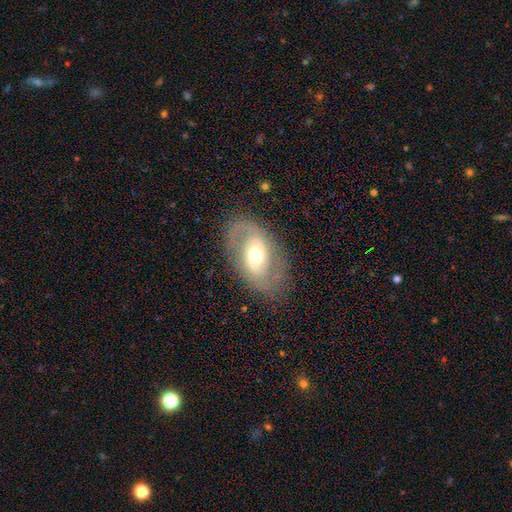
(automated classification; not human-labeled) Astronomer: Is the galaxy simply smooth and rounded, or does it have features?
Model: featured or disk — 70%.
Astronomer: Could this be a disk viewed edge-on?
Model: no — 94%.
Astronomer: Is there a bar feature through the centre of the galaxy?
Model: no — 47% (runner-up: weak, 37%).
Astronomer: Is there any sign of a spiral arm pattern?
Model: yes — 70%.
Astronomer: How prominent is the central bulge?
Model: moderate — 66%.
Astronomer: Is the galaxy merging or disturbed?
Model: none — 77%.